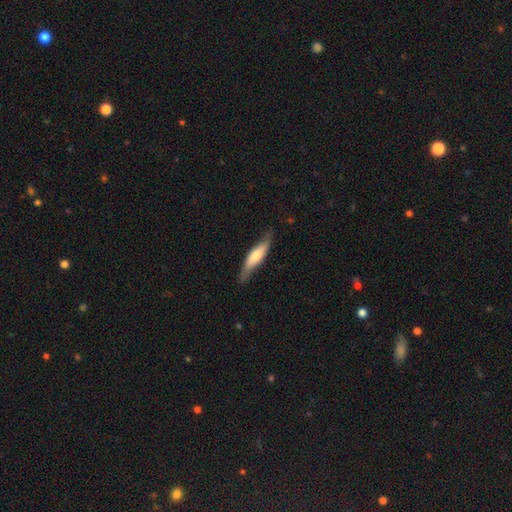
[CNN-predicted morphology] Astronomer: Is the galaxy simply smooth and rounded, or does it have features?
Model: smooth — 49% (runner-up: featured or disk, 45%).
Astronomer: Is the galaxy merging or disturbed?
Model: none — 73%.